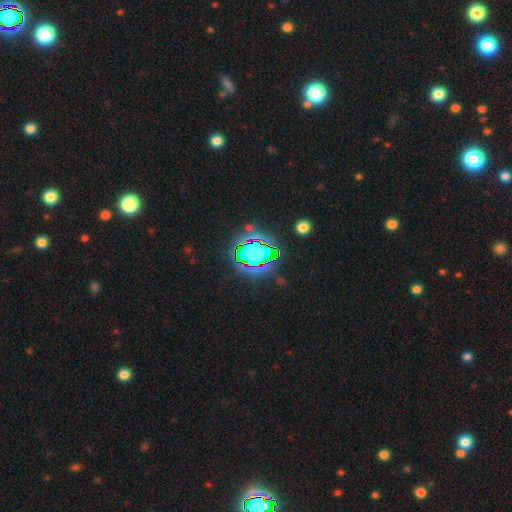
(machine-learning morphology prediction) A star or artifact, not a galaxy (74%).